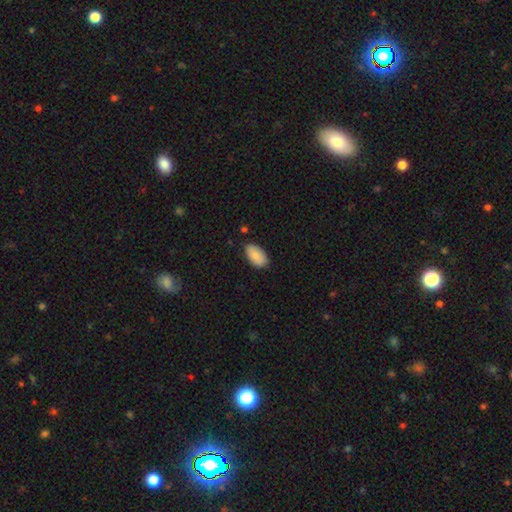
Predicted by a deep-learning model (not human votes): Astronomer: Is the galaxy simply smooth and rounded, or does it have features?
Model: smooth — 87%.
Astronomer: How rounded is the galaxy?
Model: in between — 95%.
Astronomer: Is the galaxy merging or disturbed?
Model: none — 81%.